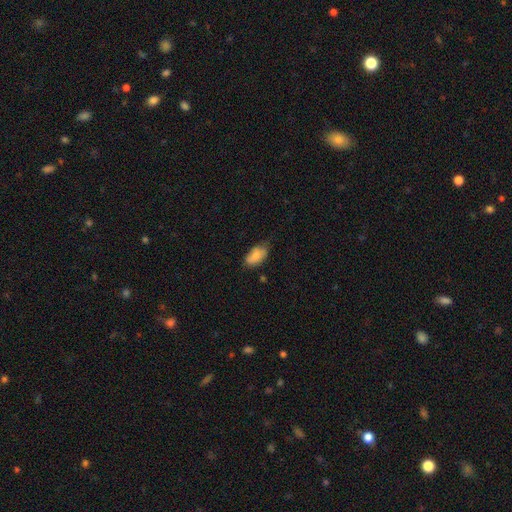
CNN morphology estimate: Smooth or featured?
  - smooth: 81% *
  - featured or disk: 12%
  - star or artifact: 7%
How rounded?
  - in between: 92% *
  - cigar-shaped: 5%
  - round: 3%
Merging?
  - none: 56% *
  - minor disturbance: 35%
  - major disturbance: 7%
  - merger: 2%